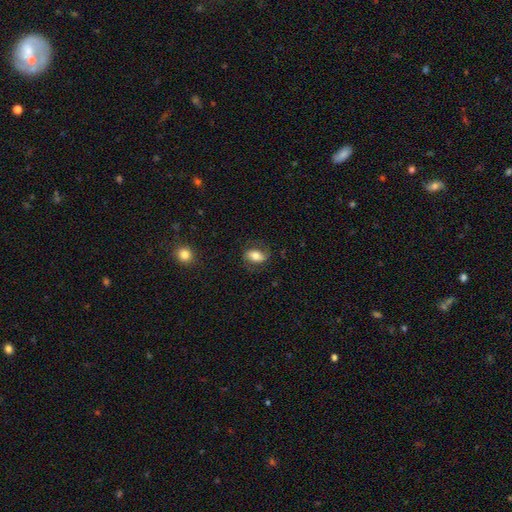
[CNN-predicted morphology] smooth-or-featured: smooth: 61% | featured or disk: 31% | star or artifact: 8%
  how-rounded: in between: 84% | round: 13% | cigar-shaped: 3%
  merging: none: 72% | minor disturbance: 18% | major disturbance: 9% | merger: 1%